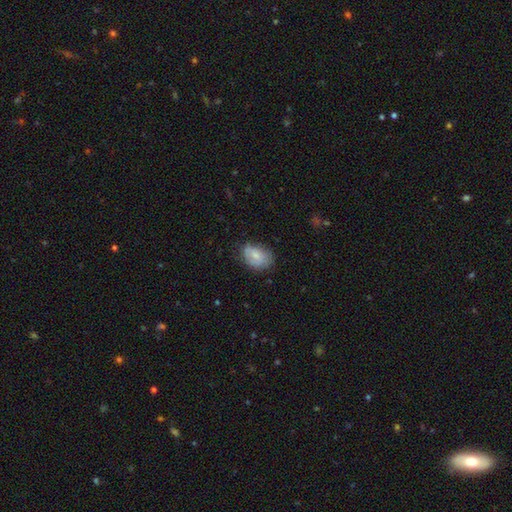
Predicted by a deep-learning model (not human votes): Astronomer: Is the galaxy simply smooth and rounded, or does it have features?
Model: smooth — 70%.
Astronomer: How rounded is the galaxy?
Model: in between — 82%.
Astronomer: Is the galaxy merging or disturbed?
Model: none — 61%.